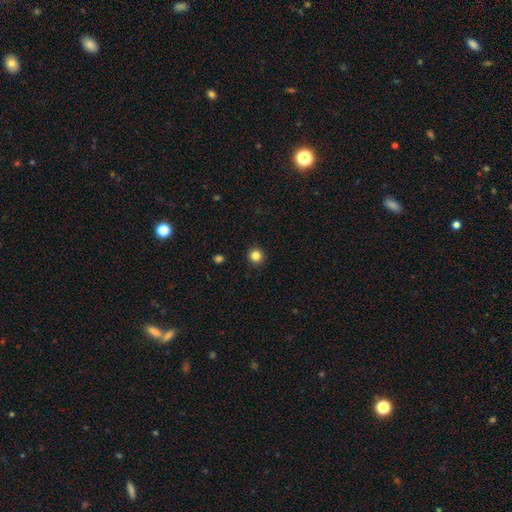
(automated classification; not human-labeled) A smooth galaxy with no disk features (84%) that is round (93%).

Vote fractions:
- Smooth or featured? smooth: 84% / star or artifact: 11% / featured or disk: 4%
- How rounded? round: 93% / in between: 7% / cigar-shaped: 1%
- Merging? none: 93% / minor disturbance: 5% / major disturbance: 2% / merger: 1%